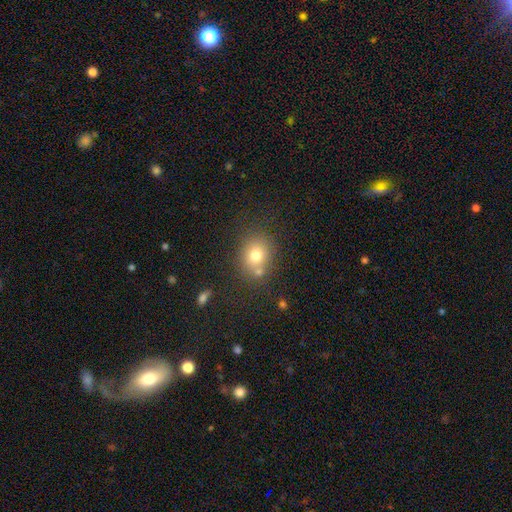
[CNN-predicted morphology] A smooth galaxy with no disk features (74%) that is round (68%). Merging: none (67%).